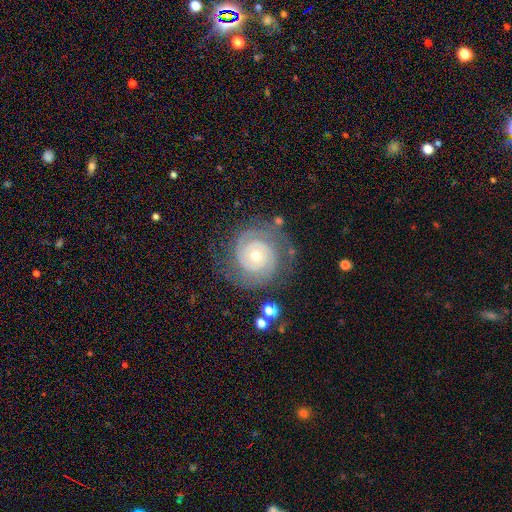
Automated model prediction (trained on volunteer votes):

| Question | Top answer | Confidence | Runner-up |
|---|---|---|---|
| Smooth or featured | featured or disk | 87% | smooth (8%) |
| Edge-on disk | no | 98% | yes (2%) |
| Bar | no | 76% | weak (19%) |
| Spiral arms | yes | 97% | no (3%) |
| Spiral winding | tight | 79% | medium (18%) |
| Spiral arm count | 2 | 68% | can't tell (12%) |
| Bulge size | small | 53% | moderate (44%) |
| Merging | none | 75% | minor disturbance (16%) |